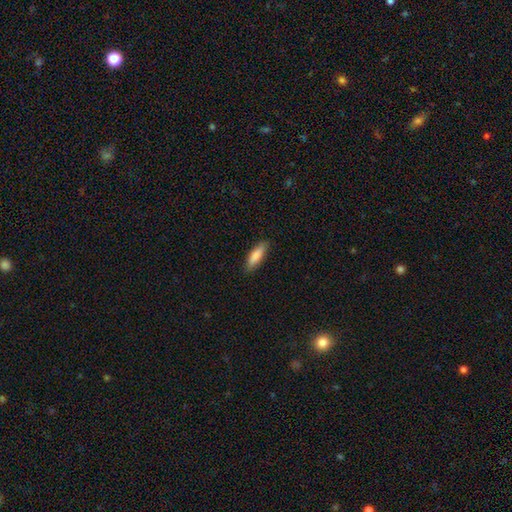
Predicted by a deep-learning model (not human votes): This appears to be a smooth galaxy with no disk features (85%) that is cigar-shaped (54%). Merging: none (87%).